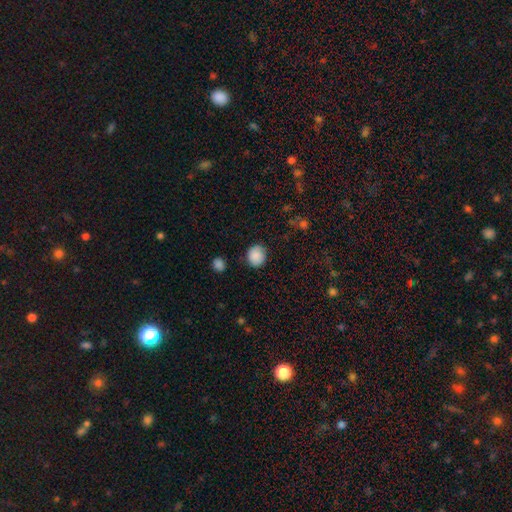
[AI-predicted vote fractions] The model was most divided on "how rounded": round: 82%, in between: 17%, cigar-shaped: 1%. More confident: smooth or featured — smooth (86%); merging — none (83%).